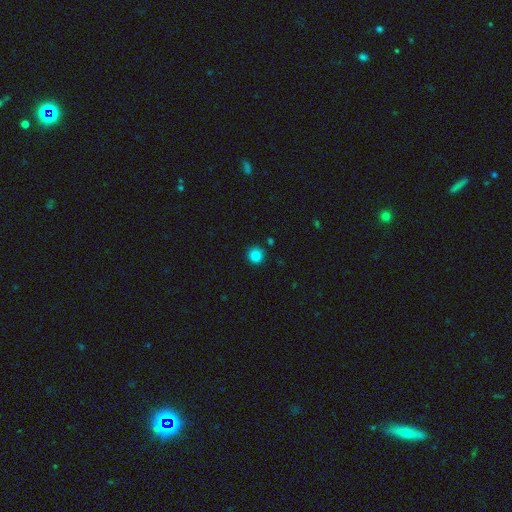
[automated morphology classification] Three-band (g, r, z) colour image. It shows a smooth galaxy with no disk features (84%) that is round (95%). Merging: none (90%).